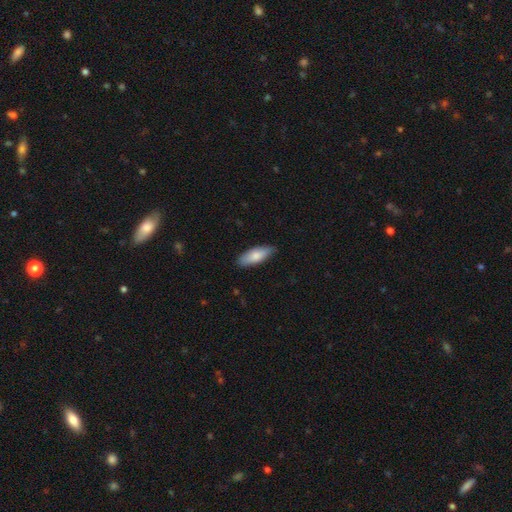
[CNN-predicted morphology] This is likely a smooth galaxy (79%). How rounded: likely in between (66%). Merging: clearly none (84%).